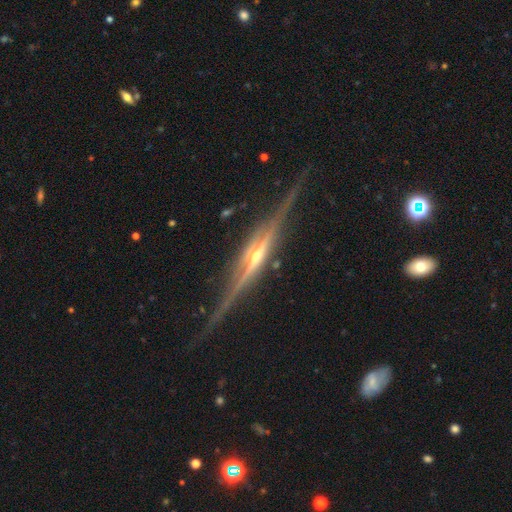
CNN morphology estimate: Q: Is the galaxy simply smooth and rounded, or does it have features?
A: featured or disk — 90%.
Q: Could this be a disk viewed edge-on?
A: yes — 97%.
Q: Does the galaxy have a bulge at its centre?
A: rounded — 77%.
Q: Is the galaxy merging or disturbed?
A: none — 82%.